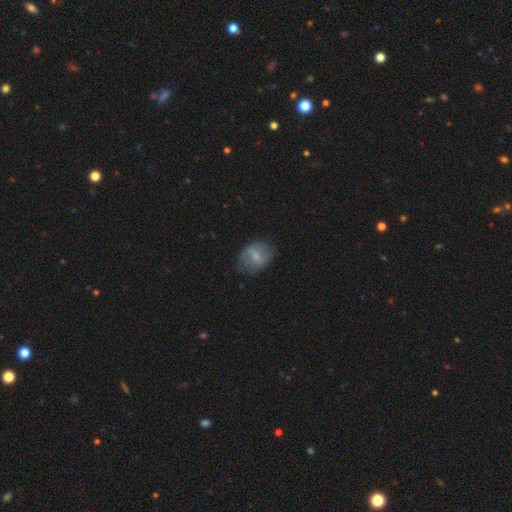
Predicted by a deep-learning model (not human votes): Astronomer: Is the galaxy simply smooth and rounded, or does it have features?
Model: smooth — 51% (runner-up: featured or disk, 41%).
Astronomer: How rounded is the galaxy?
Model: in between — 65%.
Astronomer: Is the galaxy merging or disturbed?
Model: none — 67%.